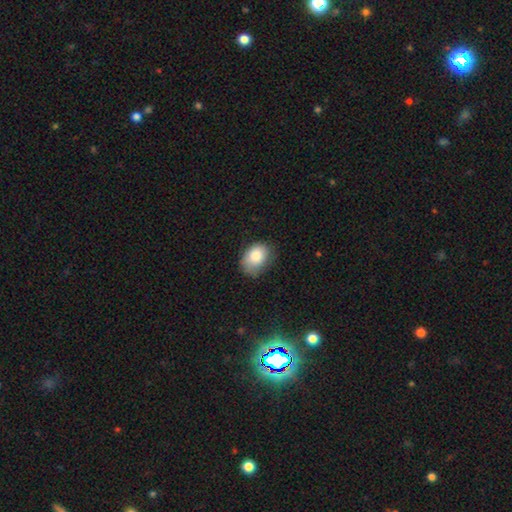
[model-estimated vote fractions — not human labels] This is clearly a smooth galaxy (84%). How rounded: likely in between (74%). Merging: likely none (61%).